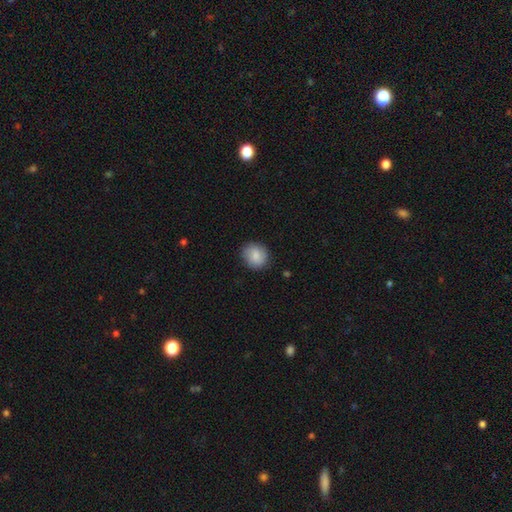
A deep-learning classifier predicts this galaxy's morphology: Smooth or featured? smooth (84%)
How rounded? round (80%)
Merging? none (85%)